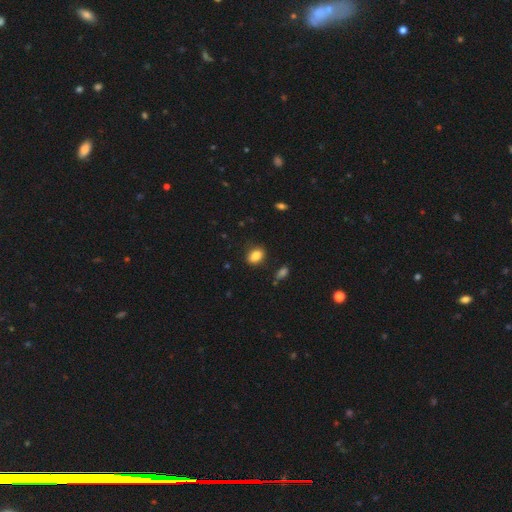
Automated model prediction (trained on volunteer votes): This appears to be a smooth galaxy with no disk features (85%) that is in between round and cigar-shaped (76%). Merging: none (83%).